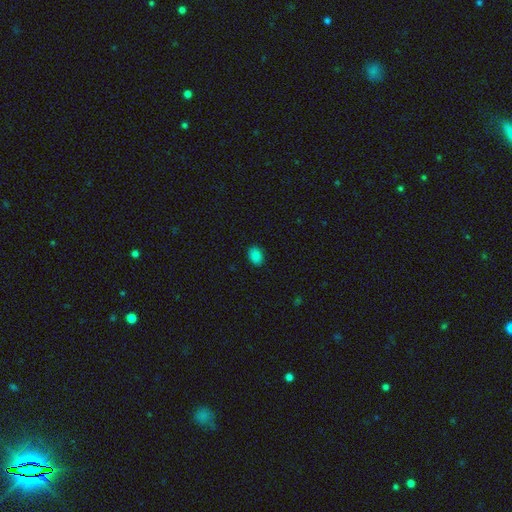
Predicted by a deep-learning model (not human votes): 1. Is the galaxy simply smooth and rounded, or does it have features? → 86% smooth, 12% star or artifact, 3% featured or disk.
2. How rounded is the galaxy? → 79% in between, 19% round, 1% cigar-shaped.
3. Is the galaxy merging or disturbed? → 88% none, 9% minor disturbance, 2% major disturbance, 1% merger.